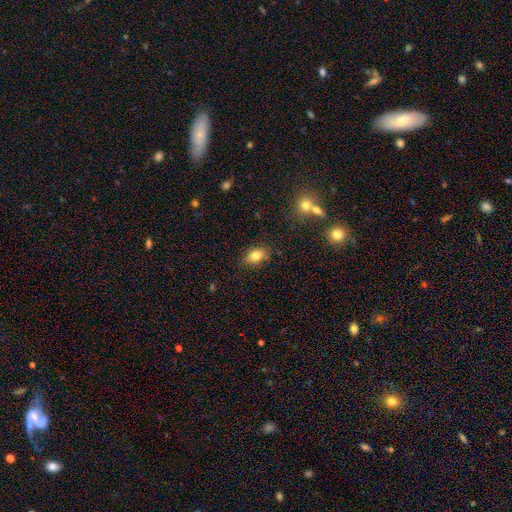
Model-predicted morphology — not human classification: Smooth or featured? smooth (79%)
How rounded? in between (84%)
Merging? none (82%)